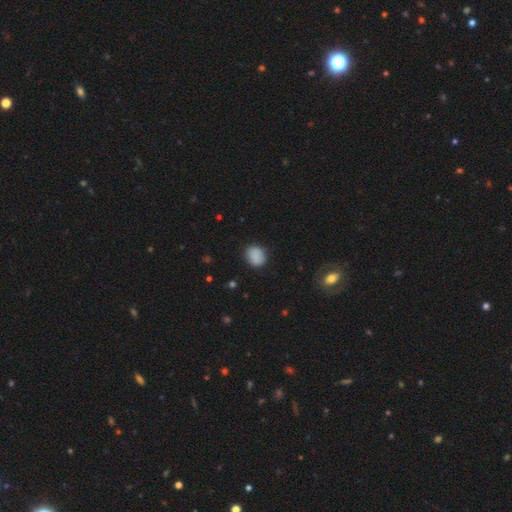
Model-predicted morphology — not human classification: The model was most divided on "how rounded": round: 58%, in between: 41%, cigar-shaped: 1%. More confident: smooth or featured — smooth (87%); merging — none (84%).